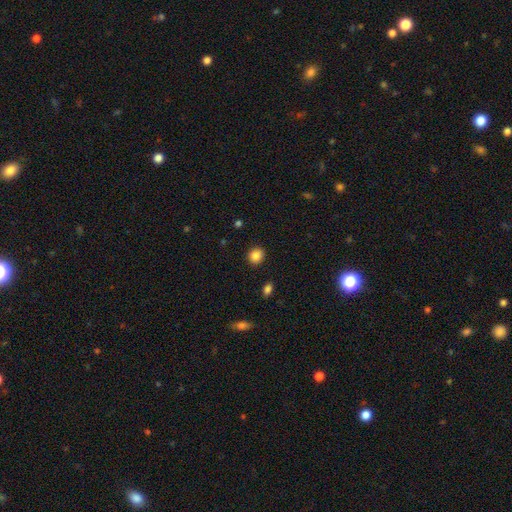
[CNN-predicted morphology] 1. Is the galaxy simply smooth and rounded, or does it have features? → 86% smooth, 10% star or artifact, 5% featured or disk.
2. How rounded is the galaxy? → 79% round, 20% in between, 1% cigar-shaped.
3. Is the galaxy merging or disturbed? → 90% none, 7% minor disturbance, 2% major disturbance, 1% merger.